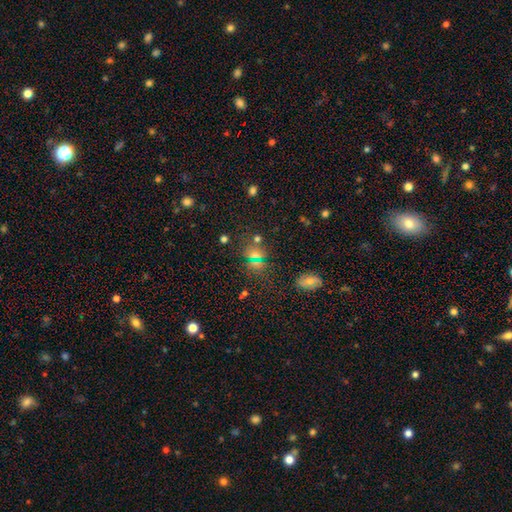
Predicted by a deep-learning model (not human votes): Q: Smooth or featured?
A: star or artifact (45%); runner-up: smooth (43%)